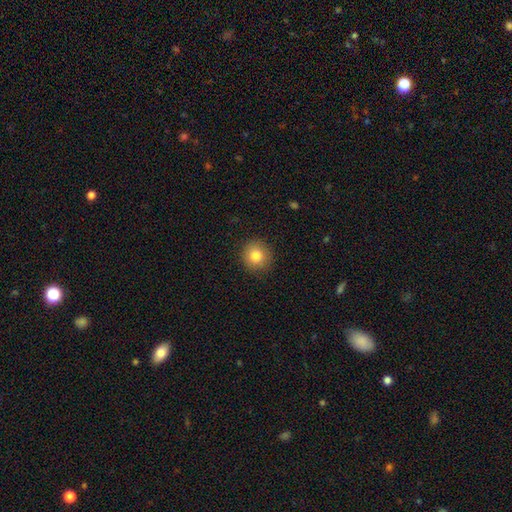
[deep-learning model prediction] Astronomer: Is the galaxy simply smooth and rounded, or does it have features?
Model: smooth — 82%.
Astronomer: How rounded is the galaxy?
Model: round — 91%.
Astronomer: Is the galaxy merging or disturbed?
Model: none — 90%.